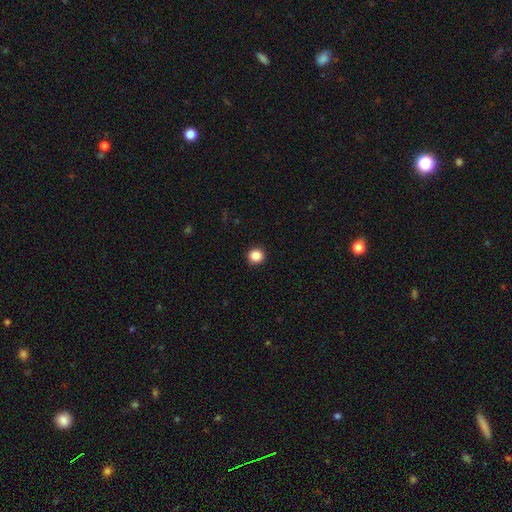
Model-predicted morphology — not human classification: A smooth galaxy with no disk features (87%) that is round (92%). Merging: none (93%).